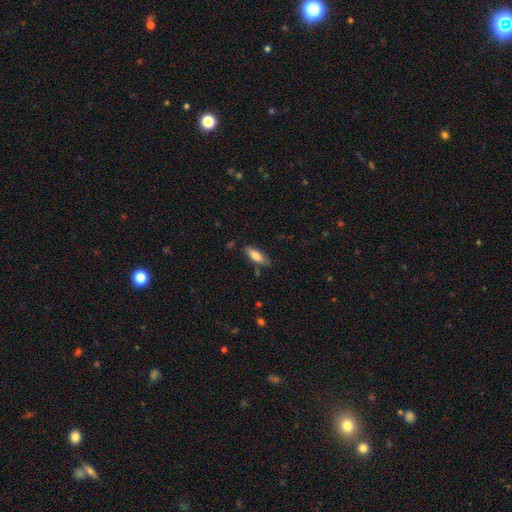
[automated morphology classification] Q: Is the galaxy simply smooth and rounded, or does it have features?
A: smooth — 73%.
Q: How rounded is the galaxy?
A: in between — 56%.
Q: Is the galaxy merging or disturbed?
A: none — 78%.